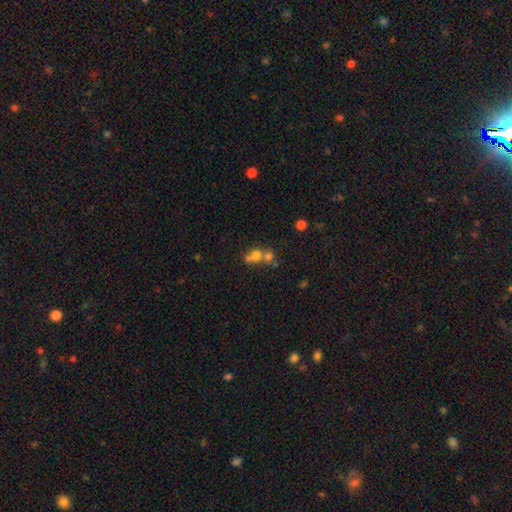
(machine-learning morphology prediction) This appears to be a smooth galaxy with no disk features (66%) that is round (77%). Merging: merger (59%).